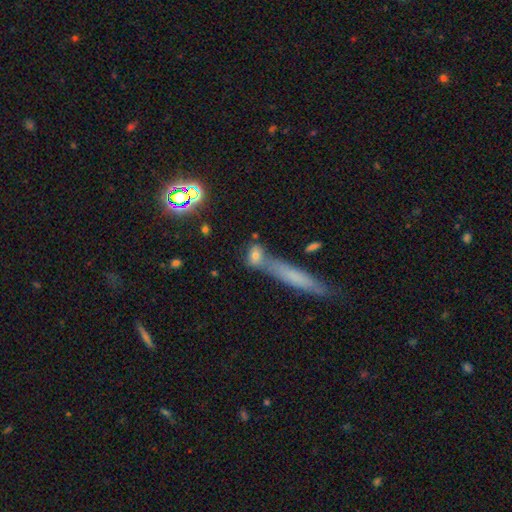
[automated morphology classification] The model was most divided on "how rounded": in between: 43%, cigar-shaped: 35%, round: 22%. More confident: smooth or featured — smooth (66%); merging — none (51%).